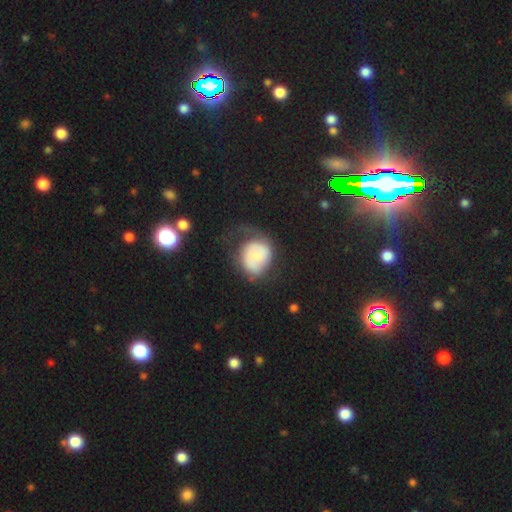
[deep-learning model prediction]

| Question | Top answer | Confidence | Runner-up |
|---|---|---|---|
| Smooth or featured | smooth | 49% | featured or disk (44%) |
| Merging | none | 36% | major disturbance (33%) |